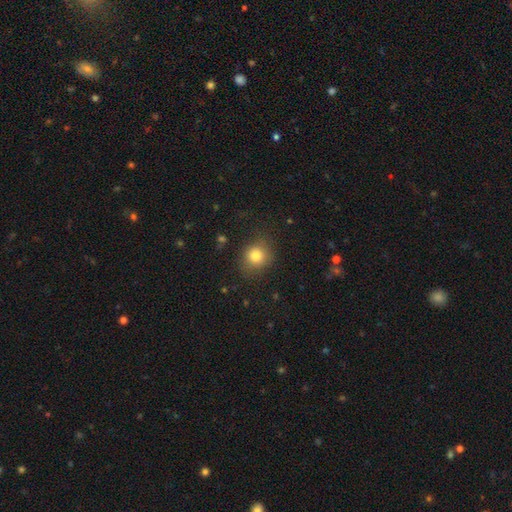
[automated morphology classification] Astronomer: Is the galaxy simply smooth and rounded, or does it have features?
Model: smooth — 81%.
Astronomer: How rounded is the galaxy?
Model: round — 78%.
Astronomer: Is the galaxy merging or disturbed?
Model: none — 78%.